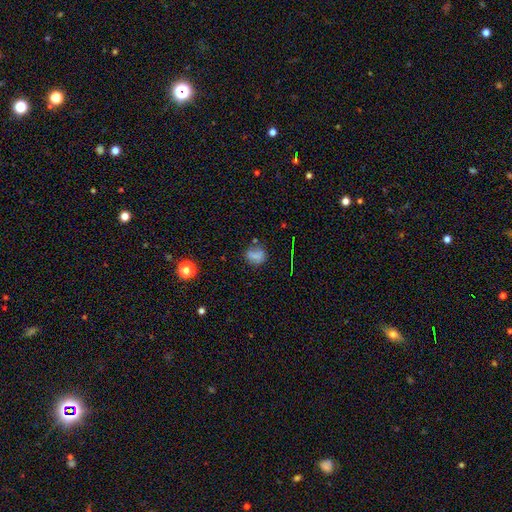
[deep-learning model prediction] A smooth galaxy with no disk features (72%) that is round (59%). Merging: none (64%).